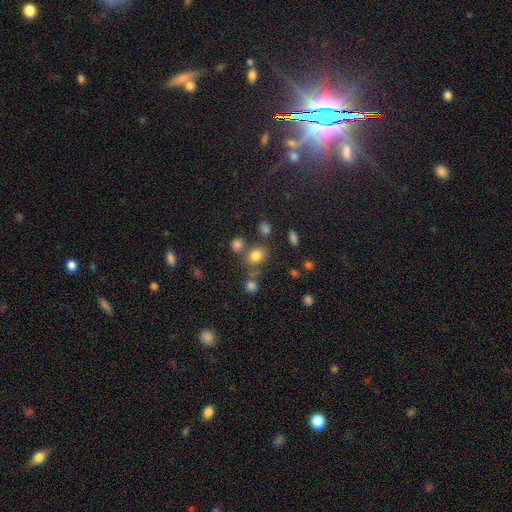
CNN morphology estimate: This is likely a smooth galaxy (77%). How rounded: possibly round (59%). Merging: likely none (65%).